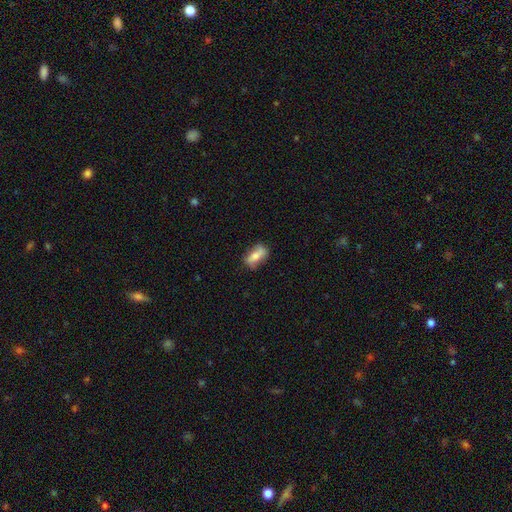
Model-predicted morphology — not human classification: Q: Smooth or featured?
A: smooth (64%); runner-up: featured or disk (29%)
Q: How rounded?
A: in between (76%); runner-up: cigar-shaped (18%)
Q: Merging?
A: none (72%); runner-up: minor disturbance (21%)